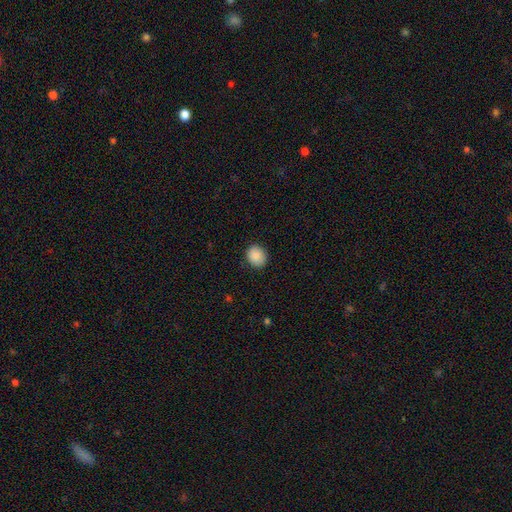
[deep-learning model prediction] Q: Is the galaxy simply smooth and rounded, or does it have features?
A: smooth — 89%.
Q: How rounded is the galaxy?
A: round — 60%.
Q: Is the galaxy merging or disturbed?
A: none — 88%.